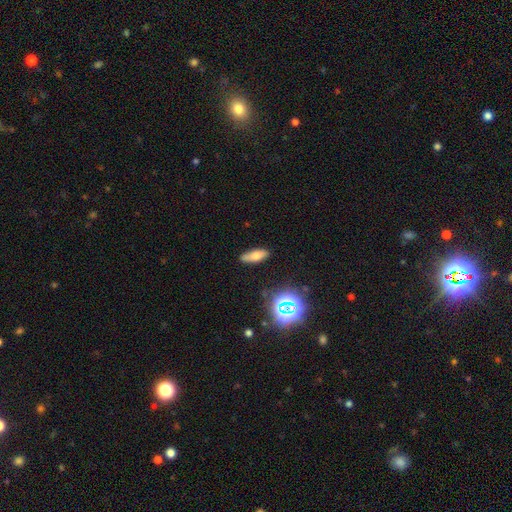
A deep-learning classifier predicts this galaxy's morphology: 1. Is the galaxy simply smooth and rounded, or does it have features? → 67% smooth, 17% featured or disk, 15% star or artifact.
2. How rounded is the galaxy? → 60% in between, 36% cigar-shaped, 4% round.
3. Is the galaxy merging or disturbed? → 80% none, 14% minor disturbance, 3% major disturbance, 2% merger.